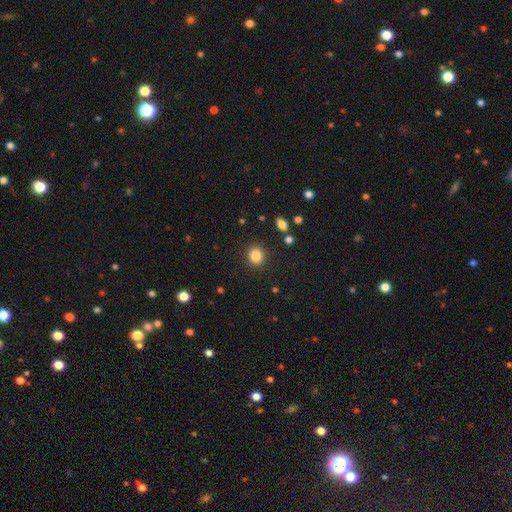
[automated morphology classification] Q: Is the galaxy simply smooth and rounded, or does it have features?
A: smooth — 85%.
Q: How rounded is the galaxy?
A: round — 79%.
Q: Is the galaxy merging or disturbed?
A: none — 89%.